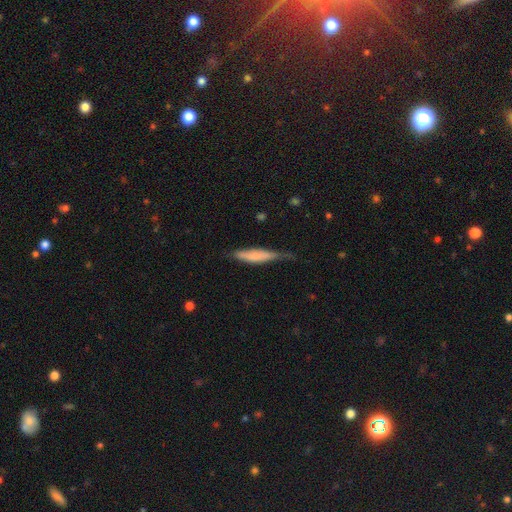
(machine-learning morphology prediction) Smooth or featured: smooth — 64% (featured or disk — 30%)
How rounded: cigar-shaped — 80% (in between — 18%)
Merging: none — 48% (minor disturbance — 37%)